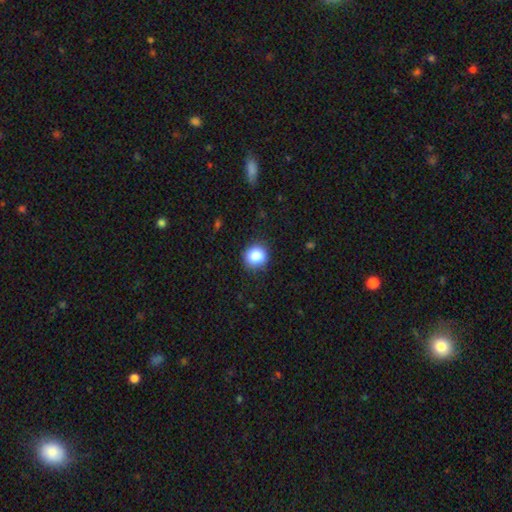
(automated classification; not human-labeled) This appears to be a smooth galaxy with no disk features (86%) that is round (87%). Merging: none (87%).